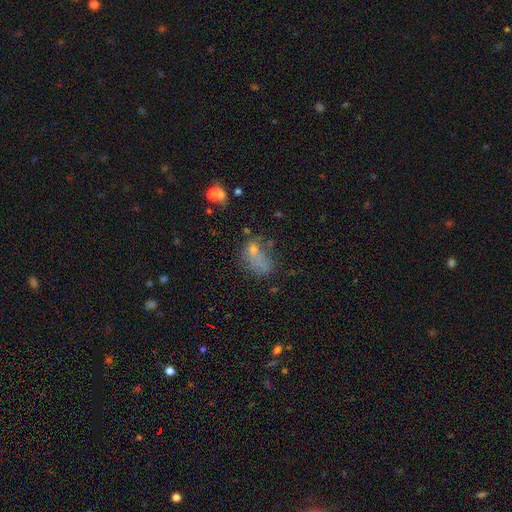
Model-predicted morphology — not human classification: type=smooth (58%); roundness=in between (79%); merging=major disturbance (34%).